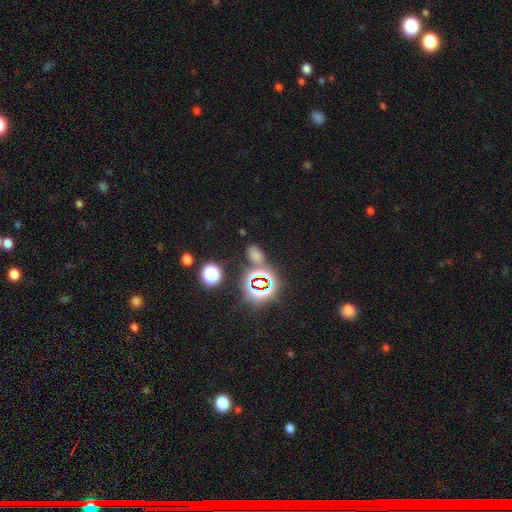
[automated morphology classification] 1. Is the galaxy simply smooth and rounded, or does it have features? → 54% smooth, 39% star or artifact, 7% featured or disk.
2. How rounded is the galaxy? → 77% in between, 21% round, 3% cigar-shaped.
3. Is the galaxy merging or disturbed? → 69% none, 13% minor disturbance, 12% merger, 6% major disturbance.